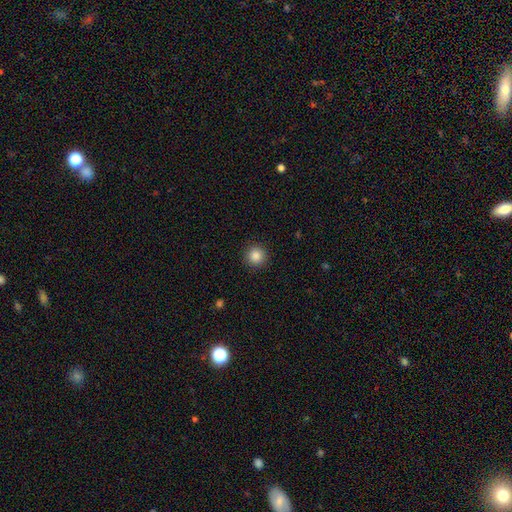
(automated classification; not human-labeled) The model was most divided on "smooth or featured": smooth: 86%, star or artifact: 10%, featured or disk: 4%. More confident: how rounded — round (96%); merging — none (92%).